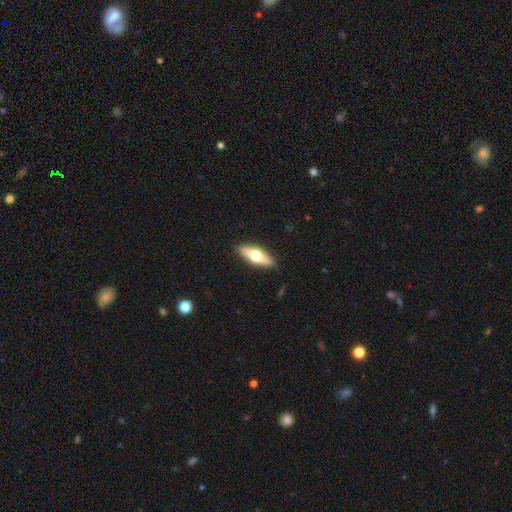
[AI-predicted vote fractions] The model was most divided on "smooth or featured": smooth: 50%, featured or disk: 44%, star or artifact: 6%. More confident: merging — none (89%); how rounded — in between (58%).